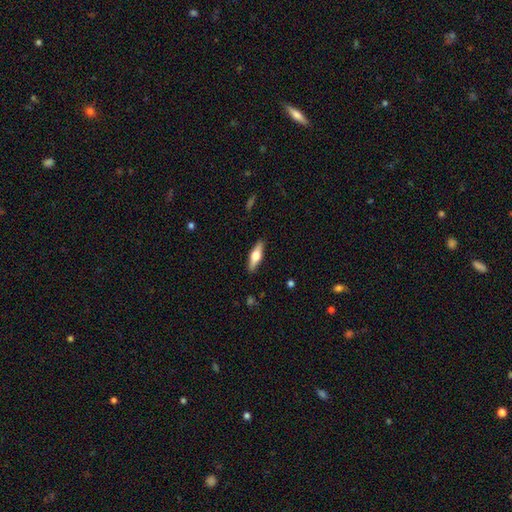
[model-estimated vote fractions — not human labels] This is possibly a featured or disk galaxy (49%). Merging: clearly none (89%).